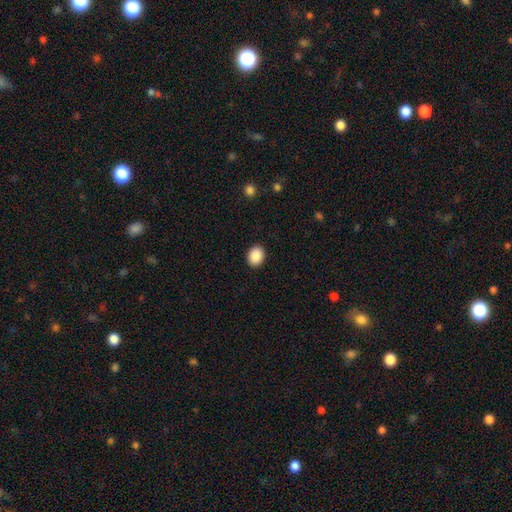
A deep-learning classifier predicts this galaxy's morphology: Smooth or featured? Predicted: smooth (p=0.89). How rounded? Predicted: in between (p=0.58). Merging? Predicted: none (p=0.91).